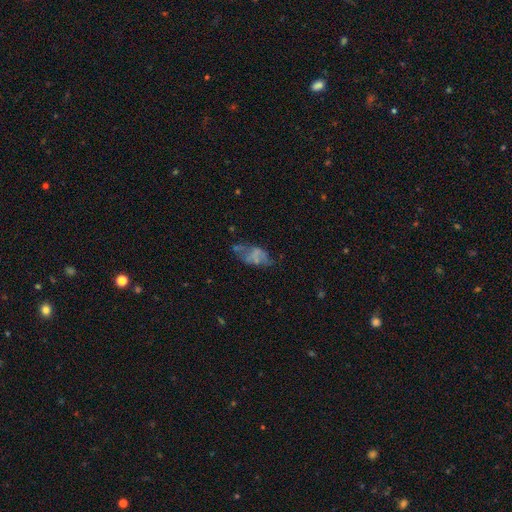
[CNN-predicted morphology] Overall: featured or disk (46%; smooth 41%). Merging: none (37%; major disturbance 29%).